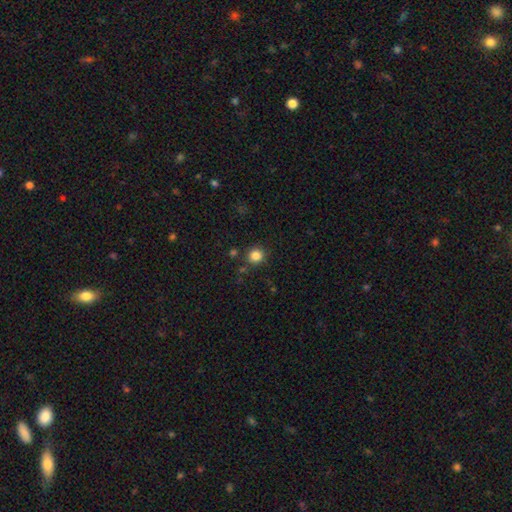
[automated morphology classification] Overall: smooth (84%). How rounded: round (90%). Merging: none (84%).